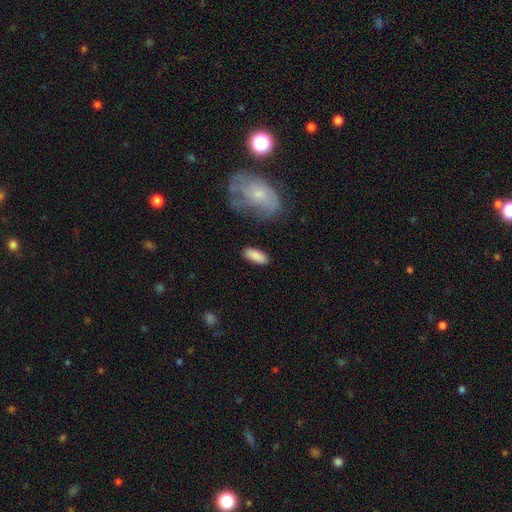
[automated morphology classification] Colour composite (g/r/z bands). It shows a smooth galaxy with no disk features (88%) that is in between round and cigar-shaped (79%). Merging: none (85%).